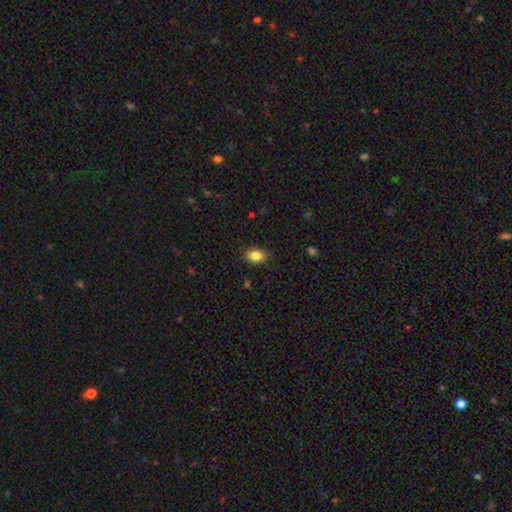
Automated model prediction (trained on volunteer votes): Smooth or featured?
  - smooth: 86% *
  - star or artifact: 9%
  - featured or disk: 5%
How rounded?
  - in between: 80% *
  - round: 18%
  - cigar-shaped: 2%
Merging?
  - none: 85% *
  - minor disturbance: 11%
  - major disturbance: 3%
  - merger: 1%